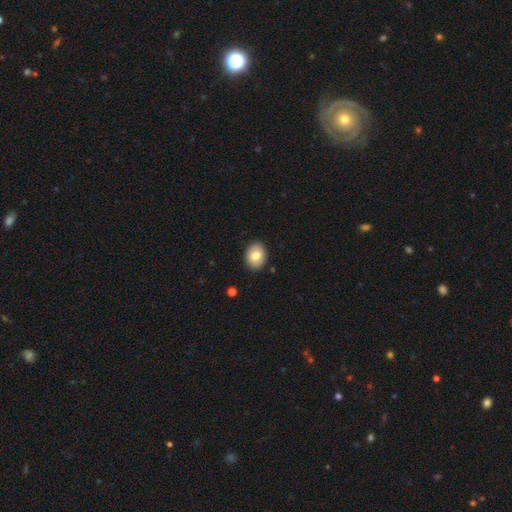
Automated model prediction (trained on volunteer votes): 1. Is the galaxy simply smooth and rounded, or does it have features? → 79% smooth, 14% featured or disk, 7% star or artifact.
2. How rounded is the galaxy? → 58% in between, 41% round, 1% cigar-shaped.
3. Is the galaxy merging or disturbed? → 90% none, 8% minor disturbance, 2% major disturbance, 1% merger.